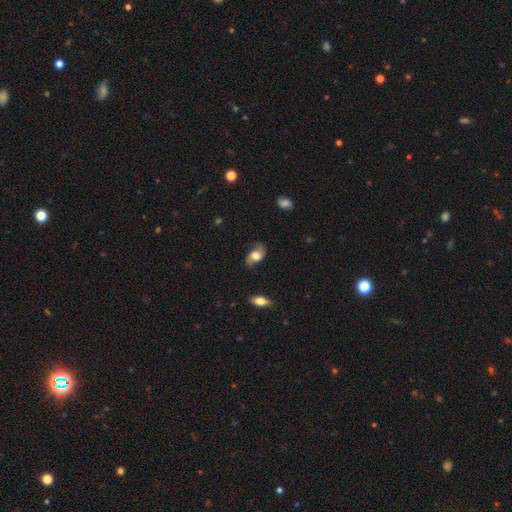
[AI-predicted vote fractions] Overall: featured or disk (66%; smooth 27%). Edge-on disk: no (95%). Bar: no (66%; weak 28%). Spiral arms: yes (90%). Spiral arm count: 2 (91%). Spiral winding: loose (55%; medium 35%). Bulge size: large (45%; moderate 39%). Merging: none (69%).